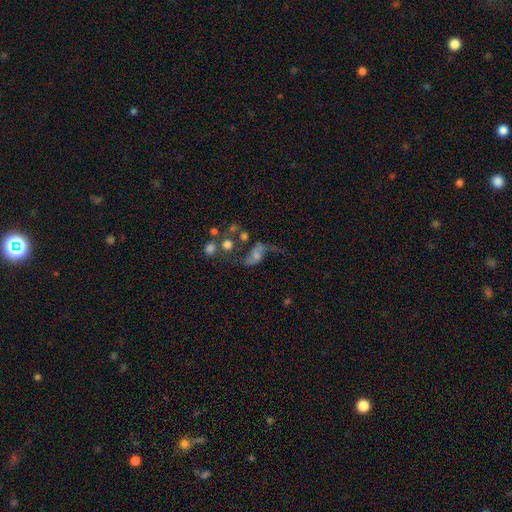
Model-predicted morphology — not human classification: A featured or disk galaxy (63%) with no bar (62%), spiral arms (80%) and a small central bulge (38%). Merging: none (36%).